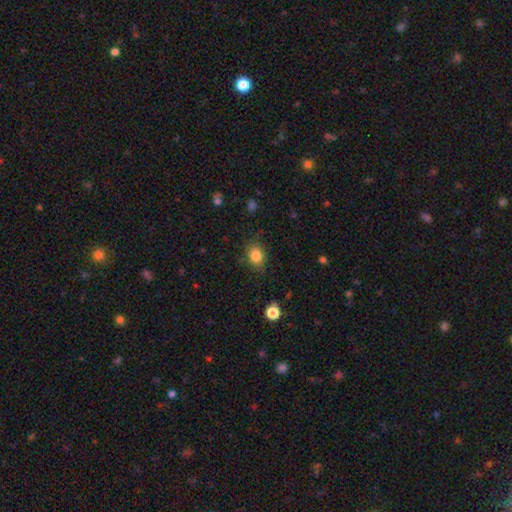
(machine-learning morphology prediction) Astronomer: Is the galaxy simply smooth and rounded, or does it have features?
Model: smooth — 84%.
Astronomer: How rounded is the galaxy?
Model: in between — 54% (runner-up: round, 45%).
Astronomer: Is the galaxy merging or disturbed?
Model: none — 82%.